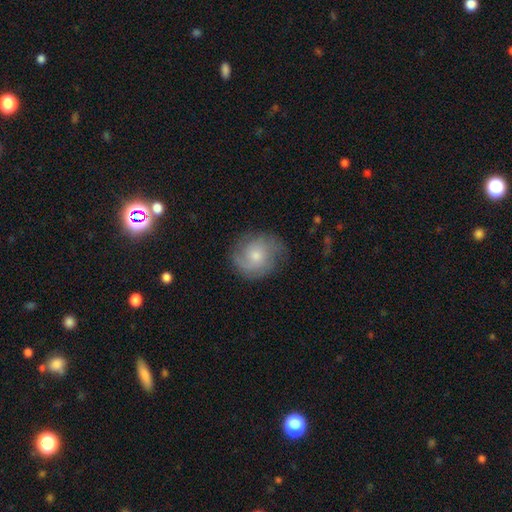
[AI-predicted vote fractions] smooth-or-featured: featured or disk: 60% | smooth: 33% | star or artifact: 7%
  disk-edge-on: no: 97% | yes: 3%
    bar: no: 73% | weak: 24% | strong: 3%
    has-spiral-arms: yes: 91% | no: 9%
      spiral-winding: tight: 43% | medium: 40% | loose: 17%
      spiral-arm-count: 2: 47% | can't tell: 24% | 3: 12% | 1: 10% | 4: 4% | more than 4: 3%
    bulge-size: moderate: 51% | small: 40% | large: 5% | none: 3% | dominant: 1%
  merging: none: 75% | minor disturbance: 17% | major disturbance: 7% | merger: 1%